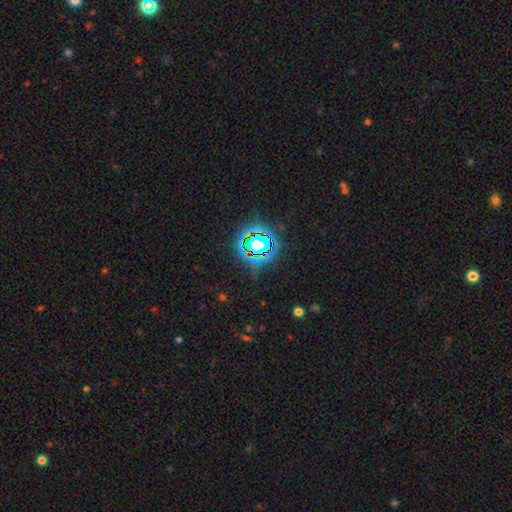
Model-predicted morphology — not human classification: A star or artifact, not a galaxy (80%).